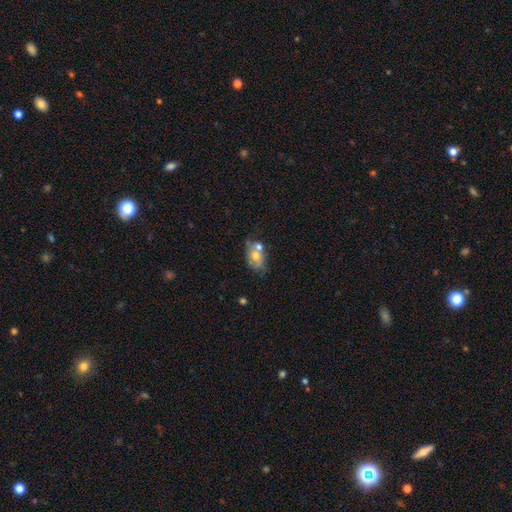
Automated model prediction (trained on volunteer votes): smooth 59%, featured or disk 32%, star or artifact 9%. Down the decision tree: how rounded — in between (75%); merging — merger (45%).